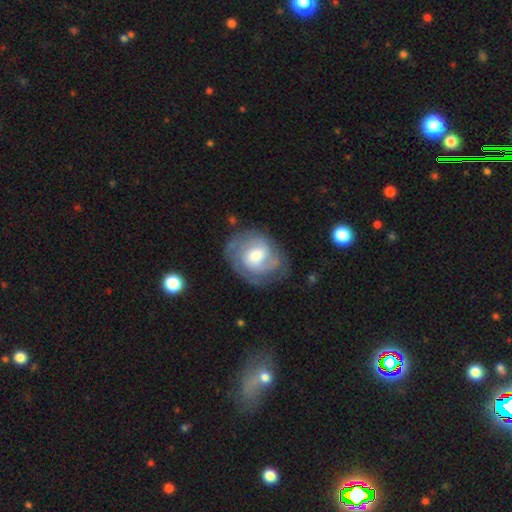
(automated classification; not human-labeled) Smooth or featured? Predicted: featured or disk (p=0.70). Edge-on disk? Predicted: no (p=0.97). Bar? Predicted: no (p=0.53). Spiral arms? Predicted: yes (p=0.86). Spiral winding? Predicted: tight (p=0.58). Spiral arm count? Predicted: can't tell (p=0.39). Bulge size? Predicted: moderate (p=0.58). Merging? Predicted: none (p=0.69).